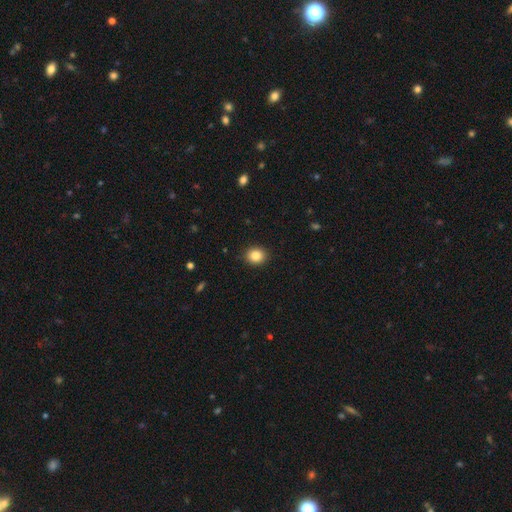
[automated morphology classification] This appears to be a smooth galaxy with no disk features (85%) that is round (72%). Merging: none (91%).